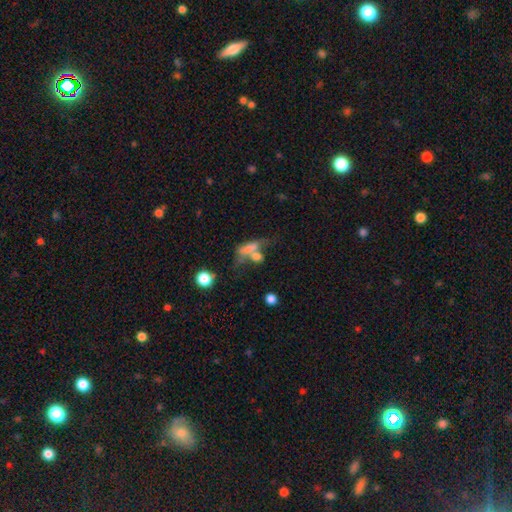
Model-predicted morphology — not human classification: This is possibly a smooth galaxy (56%). How rounded: possibly in between (47%). Merging: marginally merger (42%).